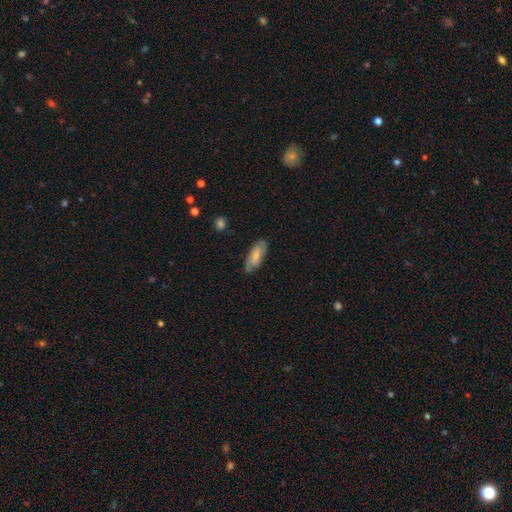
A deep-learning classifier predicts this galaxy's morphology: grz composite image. It shows a smooth galaxy with no disk features (57%) that is in between round and cigar-shaped (78%). Merging: none (78%).